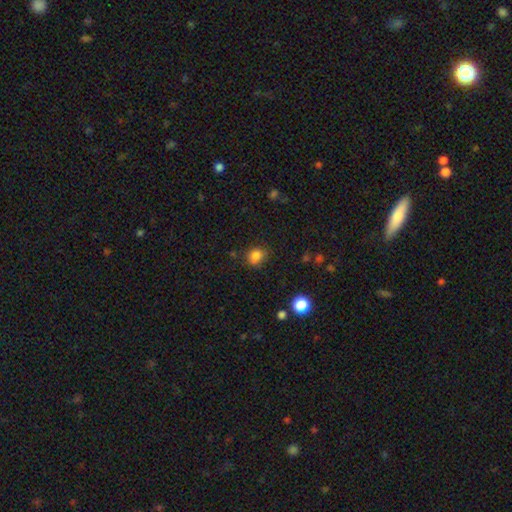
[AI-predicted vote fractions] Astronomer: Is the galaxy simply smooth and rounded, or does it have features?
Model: smooth — 83%.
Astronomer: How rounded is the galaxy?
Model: round — 60% (runner-up: in between, 39%).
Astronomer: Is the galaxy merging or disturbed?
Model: none — 72%.